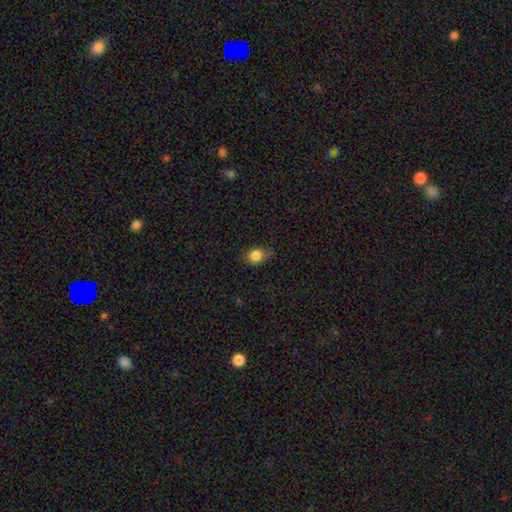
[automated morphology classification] A smooth galaxy with no disk features (84%) that is round (55%). Merging: none (66%).